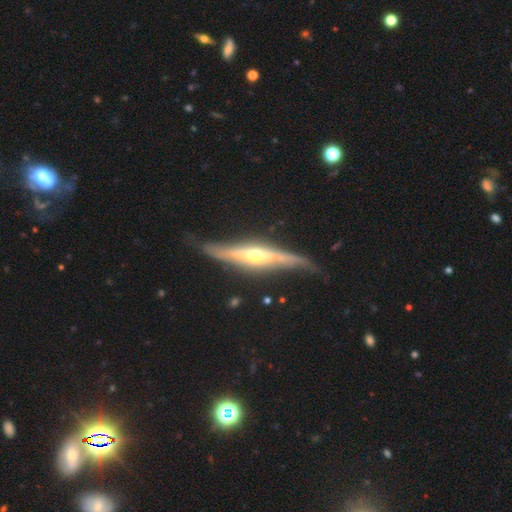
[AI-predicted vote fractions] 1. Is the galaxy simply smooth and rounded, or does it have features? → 82% featured or disk, 13% smooth, 5% star or artifact.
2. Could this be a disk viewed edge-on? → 90% yes, 10% no.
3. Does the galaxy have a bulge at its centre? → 86% rounded, 8% none, 7% boxy.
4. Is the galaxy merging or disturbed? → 70% none, 21% minor disturbance, 7% major disturbance, 2% merger.